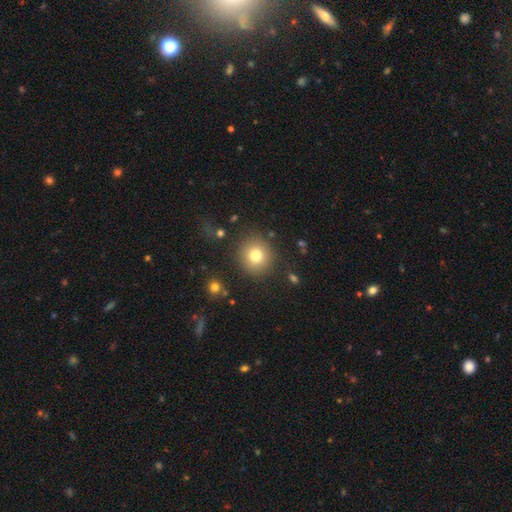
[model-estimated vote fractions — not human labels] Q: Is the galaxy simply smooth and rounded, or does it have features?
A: smooth — 78%.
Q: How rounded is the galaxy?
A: round — 88%.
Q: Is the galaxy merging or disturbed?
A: none — 85%.